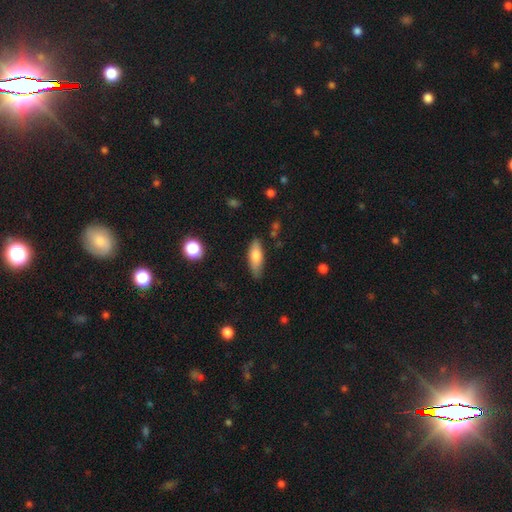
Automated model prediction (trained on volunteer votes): Smooth or featured?
  - smooth: 75% *
  - featured or disk: 18%
  - star or artifact: 7%
How rounded?
  - in between: 64% *
  - cigar-shaped: 33%
  - round: 3%
Merging?
  - none: 78% *
  - minor disturbance: 17%
  - major disturbance: 3%
  - merger: 2%